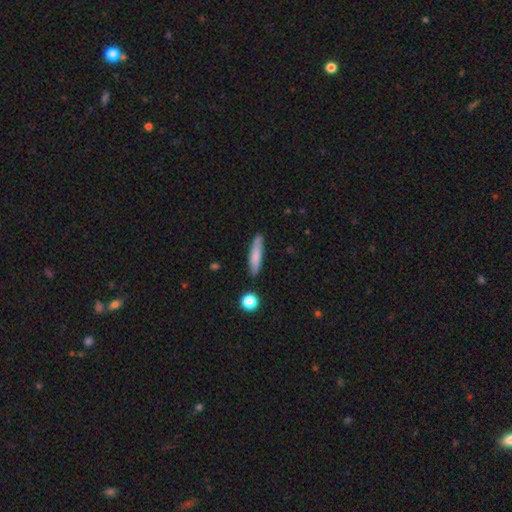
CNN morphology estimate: Overall: smooth (76%). How rounded: cigar-shaped (83%). Merging: none (85%).